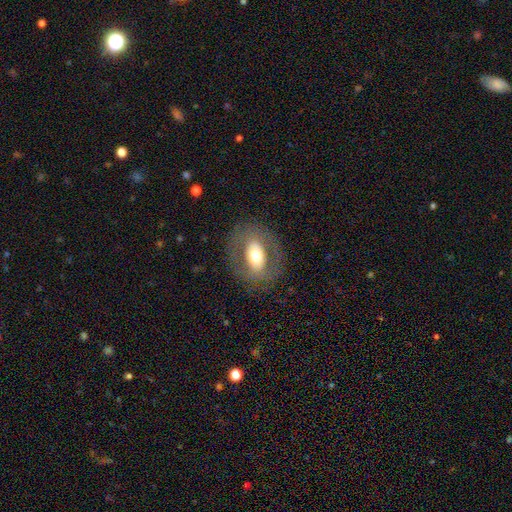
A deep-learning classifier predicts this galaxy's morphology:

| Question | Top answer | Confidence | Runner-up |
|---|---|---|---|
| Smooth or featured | smooth | 49% | featured or disk (43%) |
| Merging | none | 78% | minor disturbance (12%) |